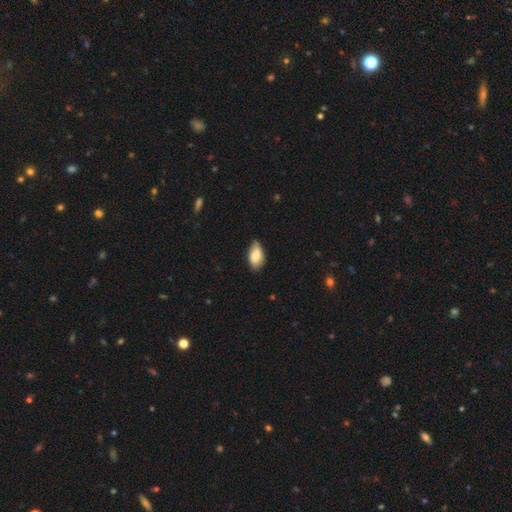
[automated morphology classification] Smooth or featured?
  - smooth: 79% *
  - featured or disk: 14%
  - star or artifact: 6%
How rounded?
  - in between: 93% *
  - cigar-shaped: 4%
  - round: 3%
Merging?
  - none: 71% *
  - minor disturbance: 25%
  - major disturbance: 3%
  - merger: 1%